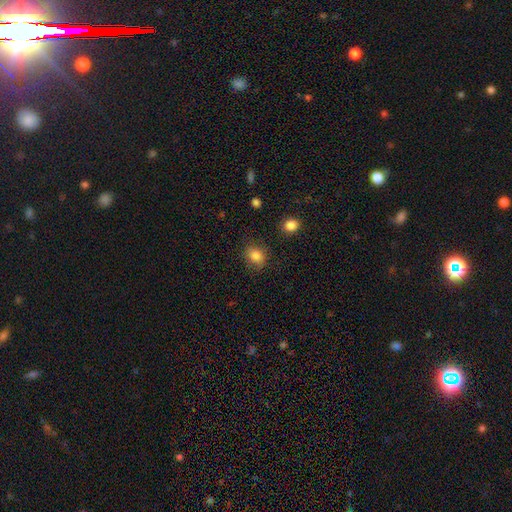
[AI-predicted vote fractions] Smooth or featured? Predicted: smooth (p=0.85). How rounded? Predicted: round (p=0.61). Merging? Predicted: none (p=0.81).